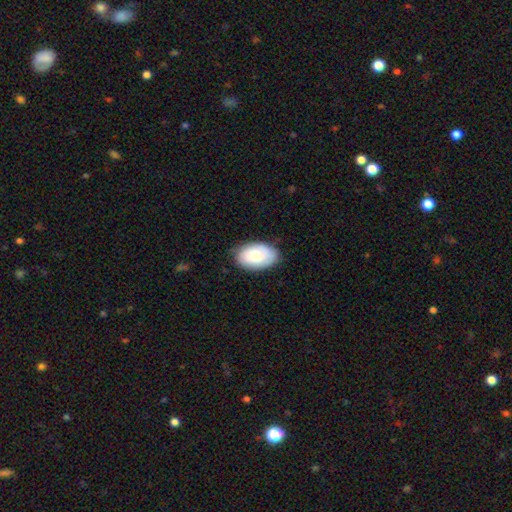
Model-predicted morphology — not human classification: type=smooth (78%); roundness=in between (92%); merging=none (81%).